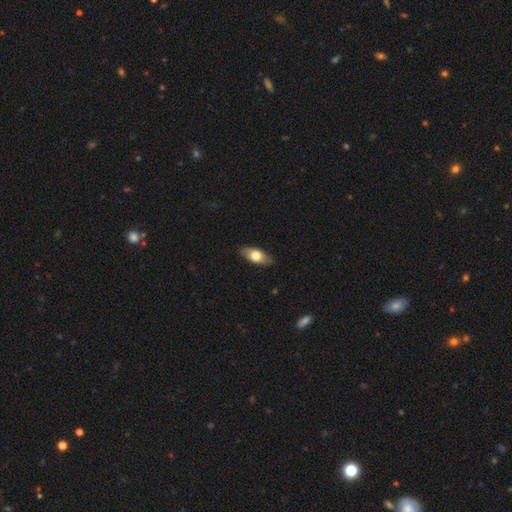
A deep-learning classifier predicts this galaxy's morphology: Smooth or featured? smooth (70%)
How rounded? in between (85%)
Merging? none (86%)